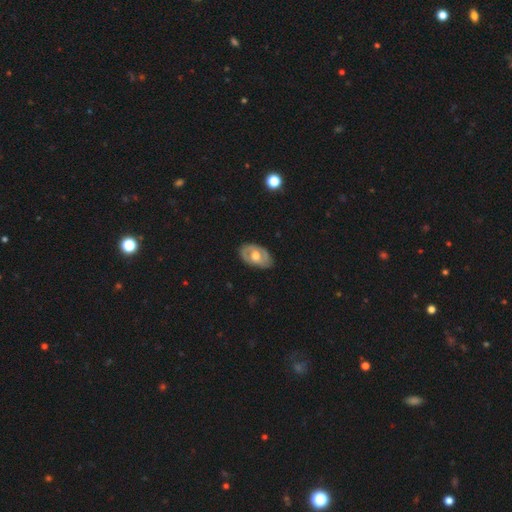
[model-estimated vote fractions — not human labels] This appears to be a featured or disk galaxy (58%) with no bar (69%), no spiral arms (57%) and a moderate central bulge (57%). Merging: none (78%).